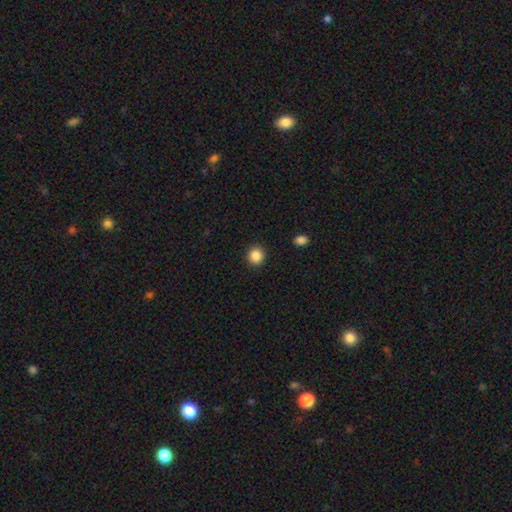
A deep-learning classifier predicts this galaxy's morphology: smooth 87%, star or artifact 10%, featured or disk 3%. Down the decision tree: how rounded — round (91%); merging — none (92%).